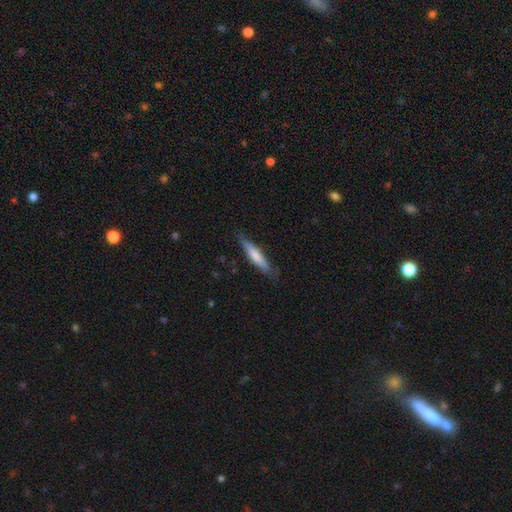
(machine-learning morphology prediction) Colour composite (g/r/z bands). It shows a smooth galaxy with no disk features (66%) that is cigar-shaped (86%). Merging: none (80%).